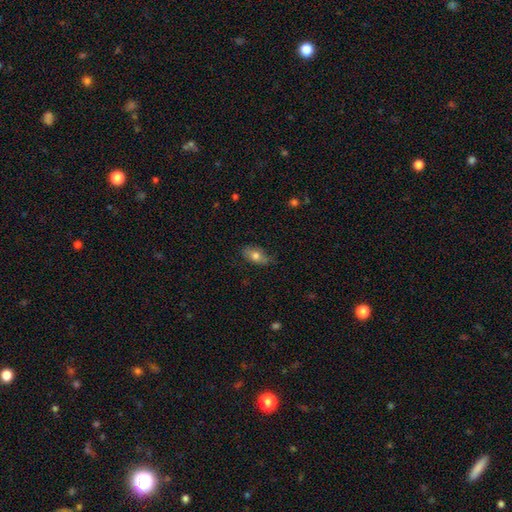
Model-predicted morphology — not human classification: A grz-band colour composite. It shows a smooth galaxy with no disk features (72%) that is in between round and cigar-shaped (86%). Merging: none (70%).